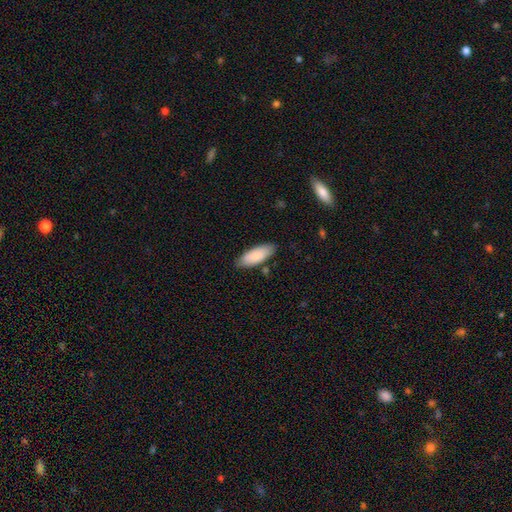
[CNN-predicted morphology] Smooth or featured? smooth (87%)
How rounded? in between (77%)
Merging? none (82%)